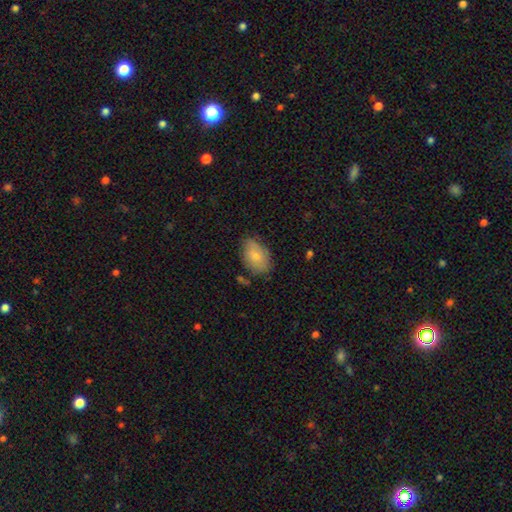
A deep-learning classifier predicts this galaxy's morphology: type=smooth (77%); roundness=in between (86%); merging=none (68%).